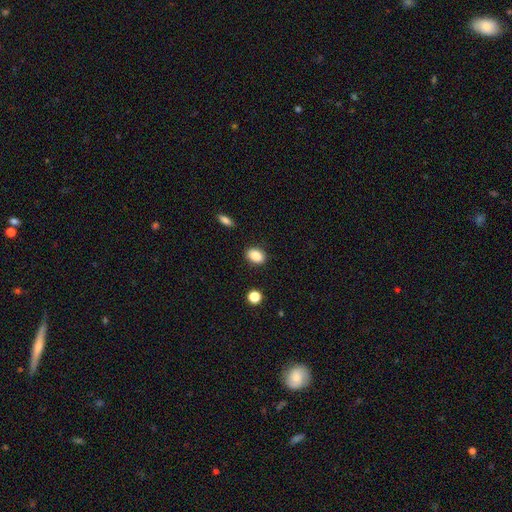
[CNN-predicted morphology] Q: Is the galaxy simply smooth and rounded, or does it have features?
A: smooth — 87%.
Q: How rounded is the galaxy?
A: in between — 79%.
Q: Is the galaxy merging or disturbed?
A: none — 87%.